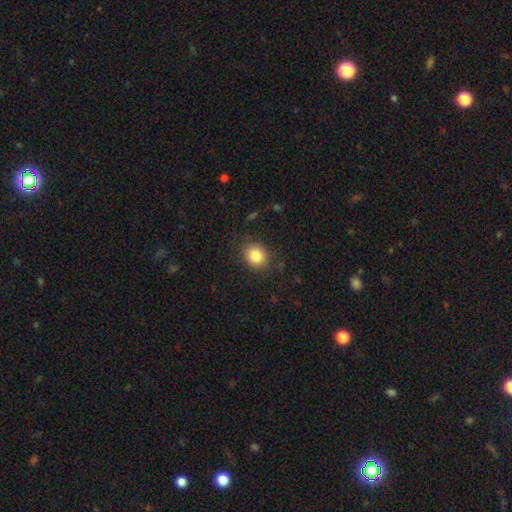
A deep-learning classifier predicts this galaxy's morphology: This is clearly a smooth galaxy (84%). How rounded: likely round (63%). Merging: clearly none (84%).